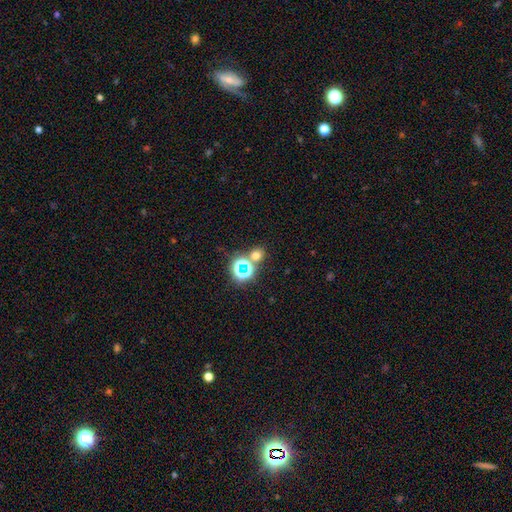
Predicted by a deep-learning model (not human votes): Q: Smooth or featured?
A: smooth (57%); runner-up: star or artifact (35%)
Q: How rounded?
A: round (76%); runner-up: in between (23%)
Q: Merging?
A: none (70%); runner-up: merger (19%)